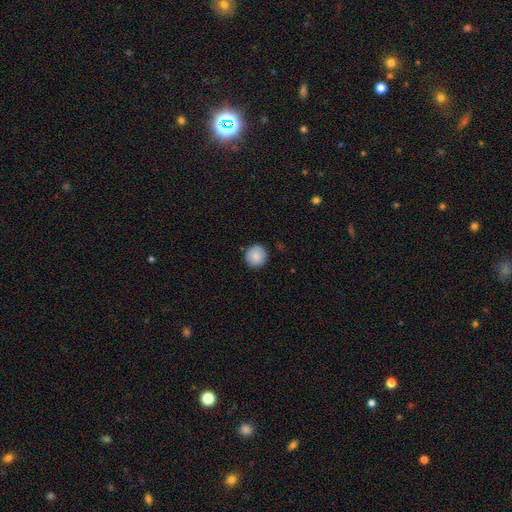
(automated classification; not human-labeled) Morphology: type=smooth (86%); roundness=round (93%); merging=none (87%).